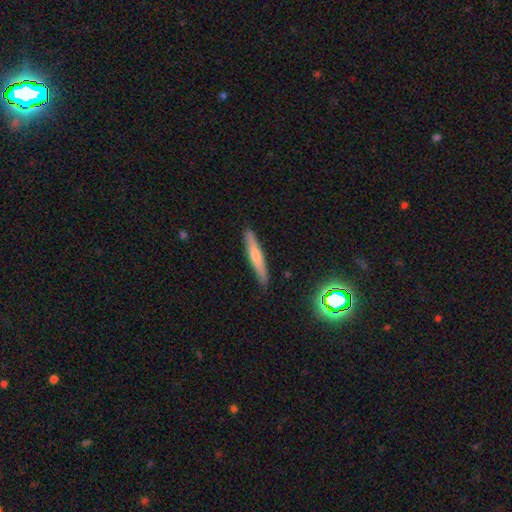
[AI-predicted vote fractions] smooth-or-featured: smooth: 53% | featured or disk: 38% | star or artifact: 9%
  how-rounded: cigar-shaped: 92% | in between: 6% | round: 2%
  merging: none: 88% | minor disturbance: 9% | major disturbance: 2% | merger: 1%